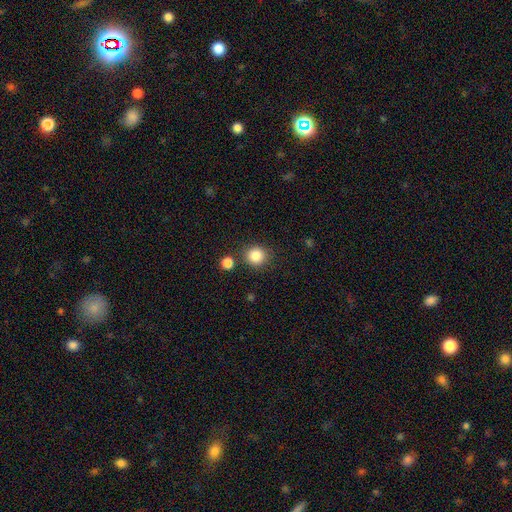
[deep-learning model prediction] Morphology: type=smooth (85%); roundness=round (90%); merging=none (84%).